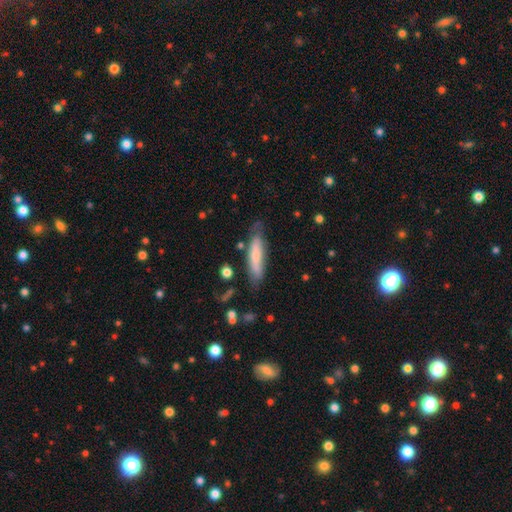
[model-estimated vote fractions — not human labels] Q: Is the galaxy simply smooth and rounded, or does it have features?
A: smooth — 64%.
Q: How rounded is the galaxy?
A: cigar-shaped — 75%.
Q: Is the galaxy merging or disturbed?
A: none — 69%.